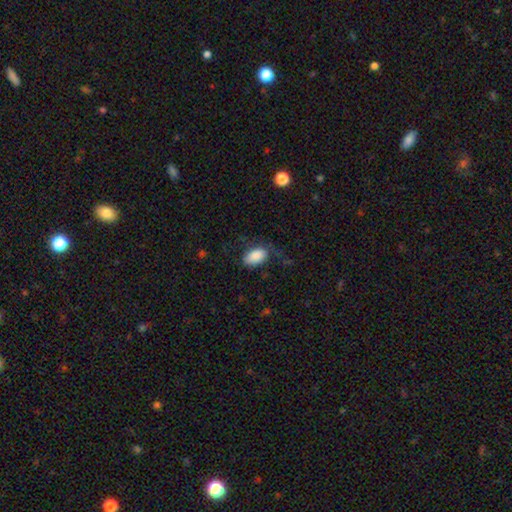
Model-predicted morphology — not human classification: This is clearly a smooth galaxy (87%). How rounded: clearly in between (94%). Merging: possibly none (59%).